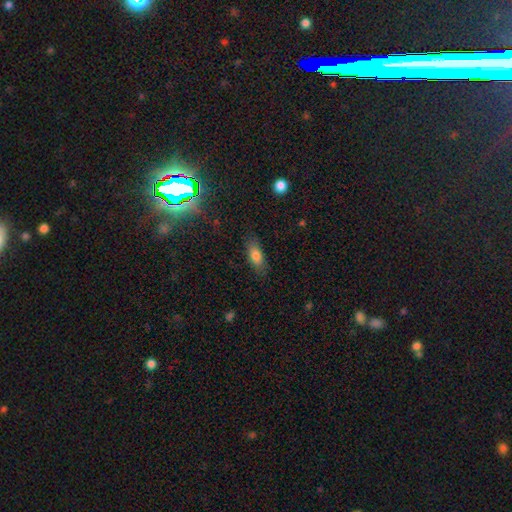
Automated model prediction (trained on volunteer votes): Smooth or featured? smooth (78%)
How rounded? in between (76%)
Merging? none (82%)